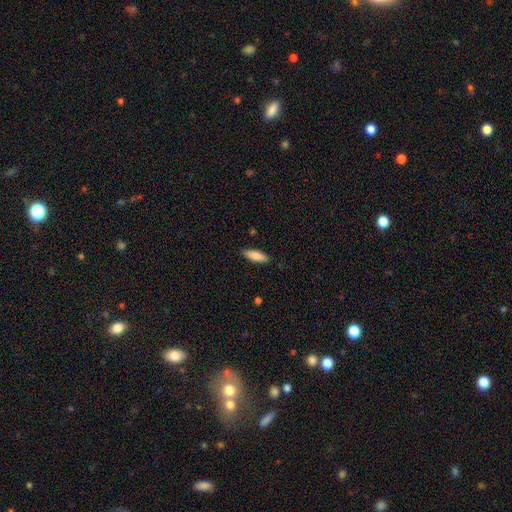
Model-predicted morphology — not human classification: Smooth or featured? Predicted: smooth (p=0.81). How rounded? Predicted: cigar-shaped (p=0.52). Merging? Predicted: none (p=0.86).